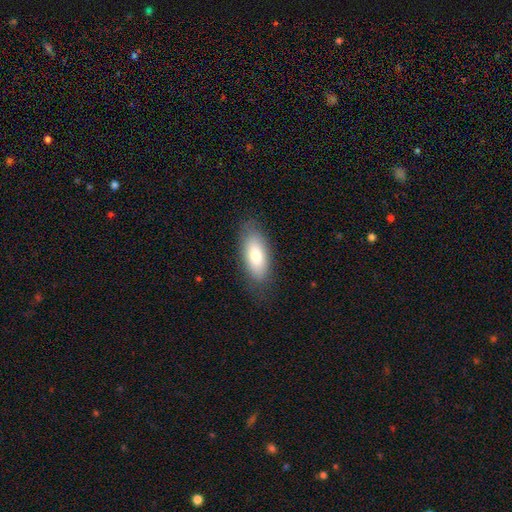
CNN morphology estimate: smooth 78%, featured or disk 15%, star or artifact 7%. Down the decision tree: how rounded — in between (80%); merging — none (82%).